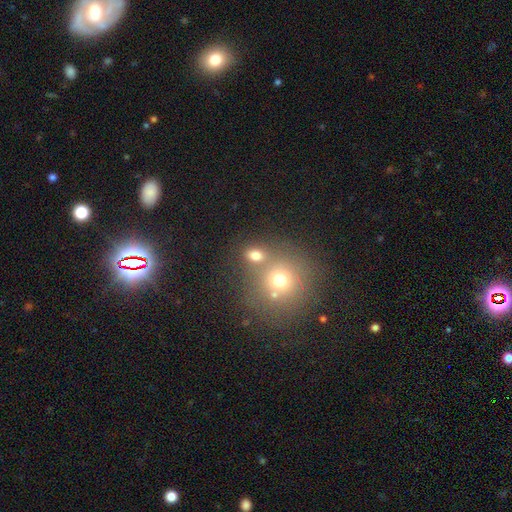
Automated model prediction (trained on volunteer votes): Overall: smooth (73%). How rounded: round (57%; in between 41%). Merging: none (54%; merger 32%).